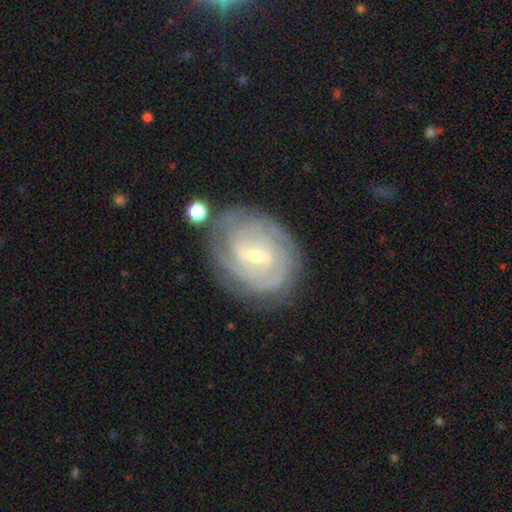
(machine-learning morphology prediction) Smooth or featured?
  - featured or disk: 88% *
  - smooth: 7%
  - star or artifact: 5%
Edge-on disk?
  - no: 97% *
  - yes: 3%
Bar?
  - weak: 54% *
  - strong: 30%
  - no: 16%
Spiral arms?
  - yes: 96% *
  - no: 4%
Spiral winding?
  - tight: 79% *
  - medium: 18%
  - loose: 3%
Spiral arm count?
  - can't tell: 30% *
  - 3: 23%
  - 2: 18%
  - 4: 18%
  - more than 4: 5%
  - 1: 5%
Bulge size?
  - small: 57% *
  - moderate: 40%
  - large: 1%
  - none: 1%
  - dominant: 1%
Merging?
  - none: 77% *
  - minor disturbance: 15%
  - major disturbance: 5%
  - merger: 3%